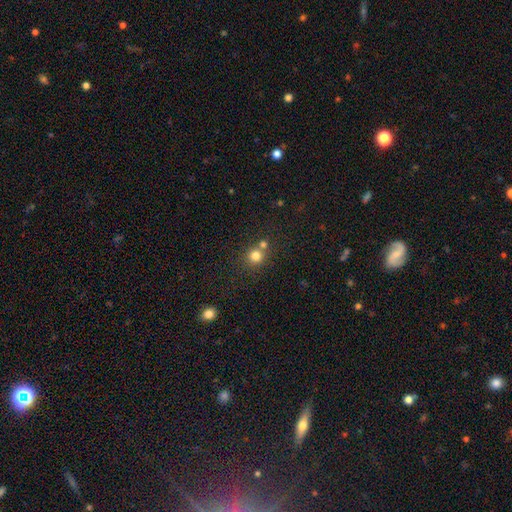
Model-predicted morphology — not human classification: type=smooth (79%); roundness=round (89%); merging=none (59%).